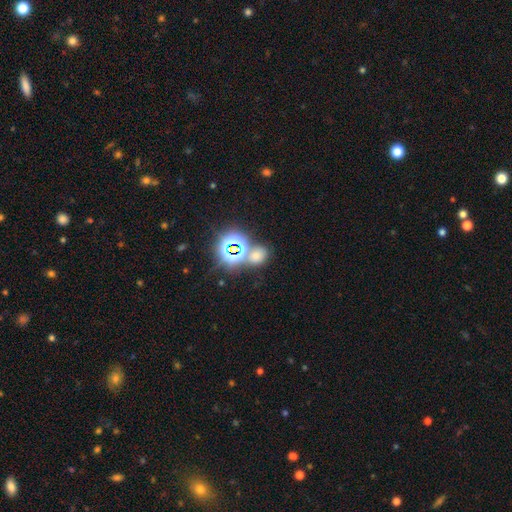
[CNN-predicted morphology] smooth-or-featured: smooth: 54% | star or artifact: 39% | featured or disk: 7%
  how-rounded: round: 52% | in between: 47% | cigar-shaped: 1%
  merging: none: 61% | merger: 23% | minor disturbance: 11% | major disturbance: 5%